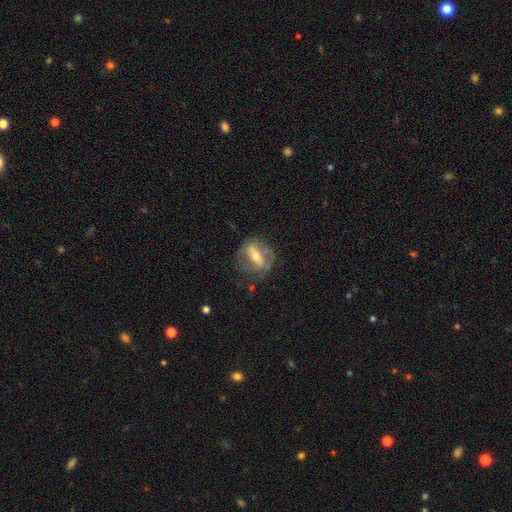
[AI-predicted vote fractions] This appears to be a featured or disk galaxy (65%) with a strong bar (59%), no spiral arms (55%) and a moderate central bulge (56%). Merging: none (65%).